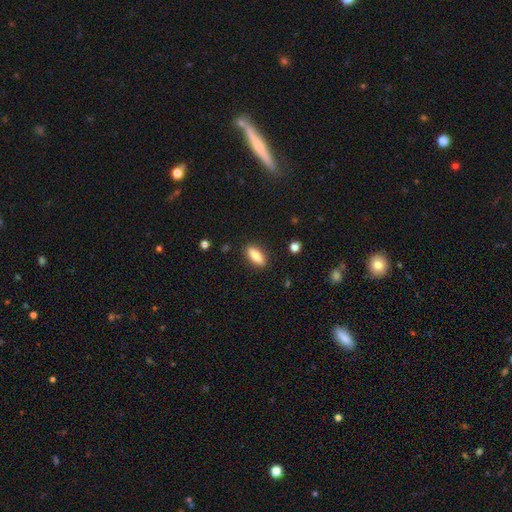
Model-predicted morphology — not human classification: This appears to be a smooth galaxy with no disk features (83%) that is in between round and cigar-shaped (67%). Merging: none (88%).